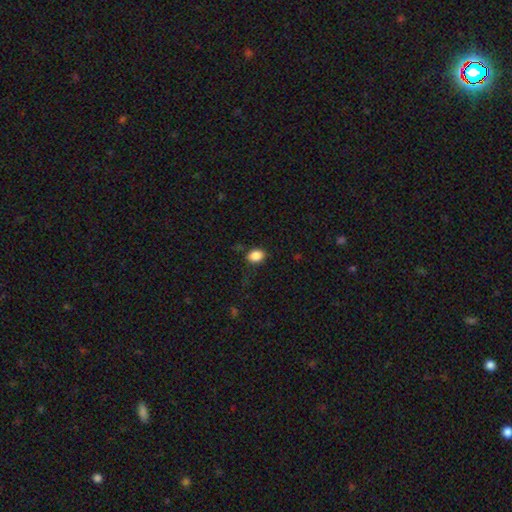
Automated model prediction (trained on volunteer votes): Overall: smooth (86%). How rounded: in between (57%; round 42%). Merging: none (76%).